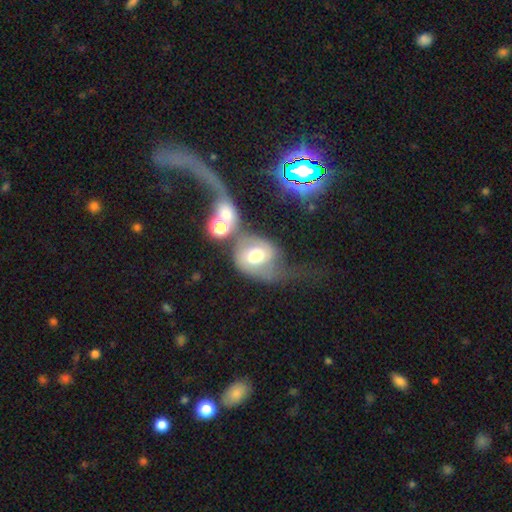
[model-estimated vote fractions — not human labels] smooth-or-featured: smooth: 48% | featured or disk: 40% | star or artifact: 12%
  merging: merger: 31% | major disturbance: 30% | none: 23% | minor disturbance: 16%